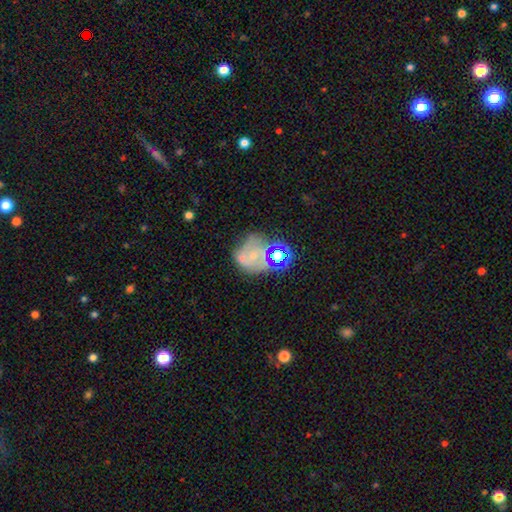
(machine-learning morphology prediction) Smooth or featured: featured or disk — 42% (smooth — 31%)
Merging: none — 49% (minor disturbance — 20%)